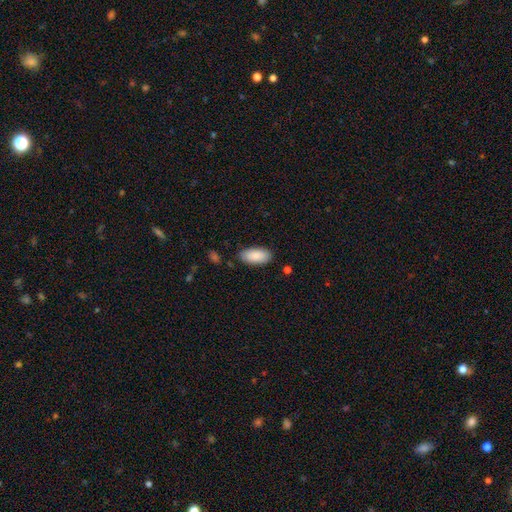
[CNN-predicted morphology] Overall: smooth (89%). How rounded: in between (93%). Merging: none (84%).